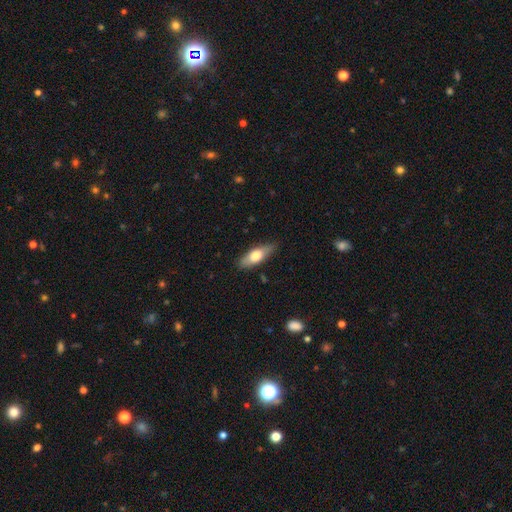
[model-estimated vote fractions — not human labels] This is likely a smooth galaxy (63%). How rounded: likely in between (66%). Merging: clearly none (82%).